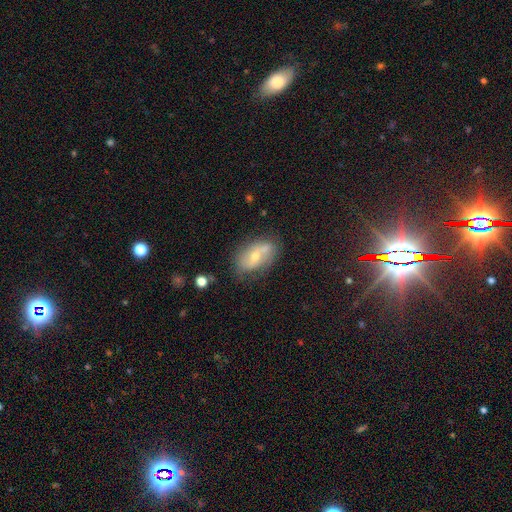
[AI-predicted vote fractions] Q: Smooth or featured?
A: featured or disk (49%); runner-up: smooth (42%)
Q: Merging?
A: none (62%); runner-up: minor disturbance (22%)